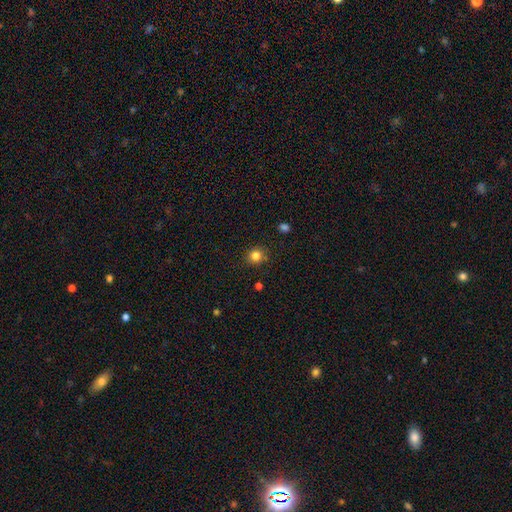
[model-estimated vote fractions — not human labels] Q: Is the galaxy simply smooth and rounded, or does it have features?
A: smooth — 83%.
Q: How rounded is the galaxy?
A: round — 89%.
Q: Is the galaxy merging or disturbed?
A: none — 87%.